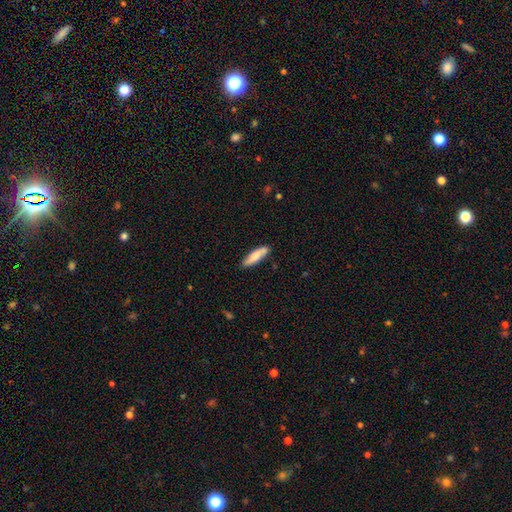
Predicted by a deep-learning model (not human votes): smooth-or-featured: smooth: 76% | featured or disk: 18% | star or artifact: 6%
  how-rounded: cigar-shaped: 68% | in between: 31% | round: 2%
  merging: none: 81% | minor disturbance: 14% | merger: 3% | major disturbance: 2%